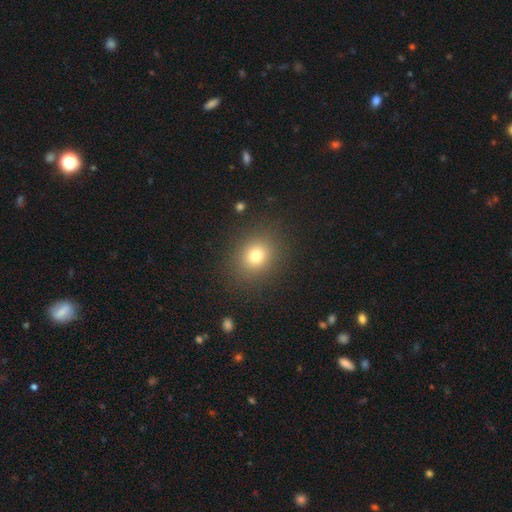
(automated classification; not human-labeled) Q: Smooth or featured?
A: smooth (76%); runner-up: star or artifact (15%)
Q: How rounded?
A: round (73%); runner-up: in between (27%)
Q: Merging?
A: none (88%); runner-up: minor disturbance (7%)